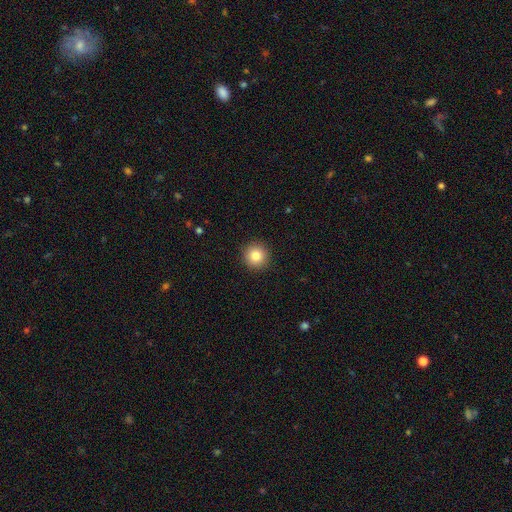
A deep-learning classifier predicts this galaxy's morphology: Smooth or featured? Predicted: smooth (p=0.84). How rounded? Predicted: round (p=0.95). Merging? Predicted: none (p=0.92).